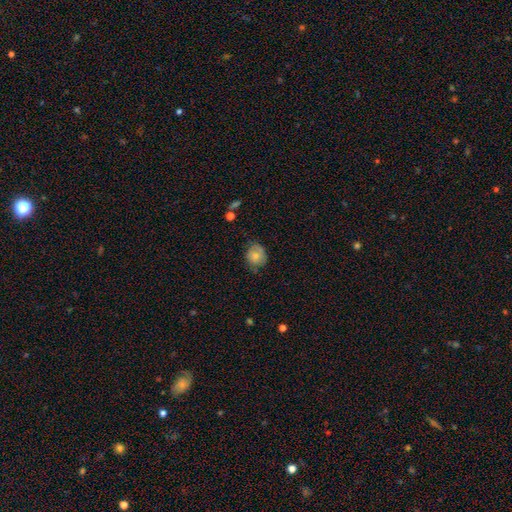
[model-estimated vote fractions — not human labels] Smooth or featured? smooth (71%)
How rounded? round (65%)
Merging? none (62%)